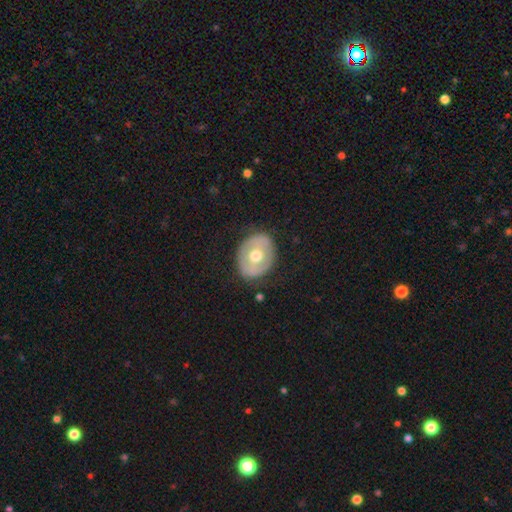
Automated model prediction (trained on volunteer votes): Overall: featured or disk (50%; smooth 45%). Merging: none (82%).